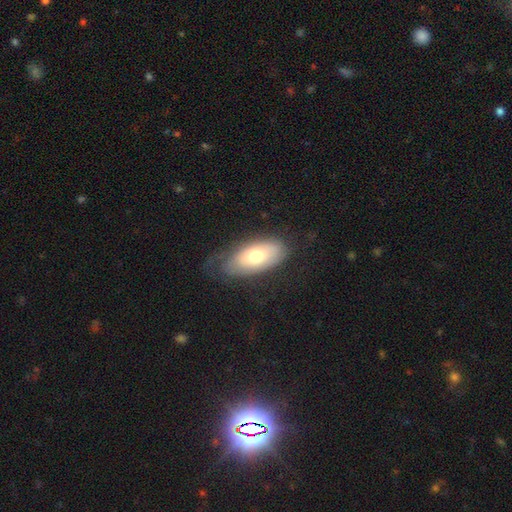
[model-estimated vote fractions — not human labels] This appears to be a smooth galaxy with no disk features (61%) that is in between round and cigar-shaped (91%). Merging: none (61%).